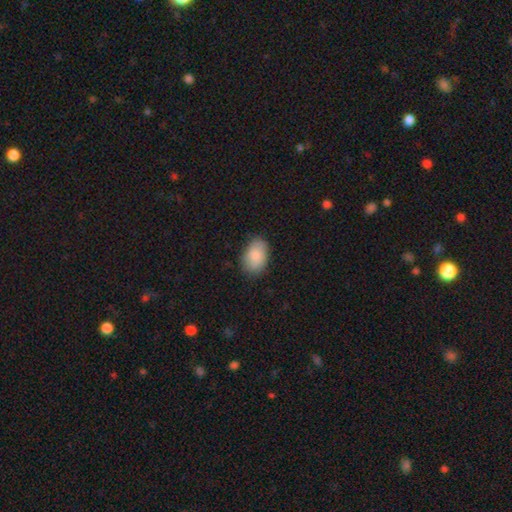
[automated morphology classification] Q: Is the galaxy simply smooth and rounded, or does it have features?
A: smooth — 87%.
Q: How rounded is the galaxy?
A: in between — 89%.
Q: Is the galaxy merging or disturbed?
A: none — 80%.